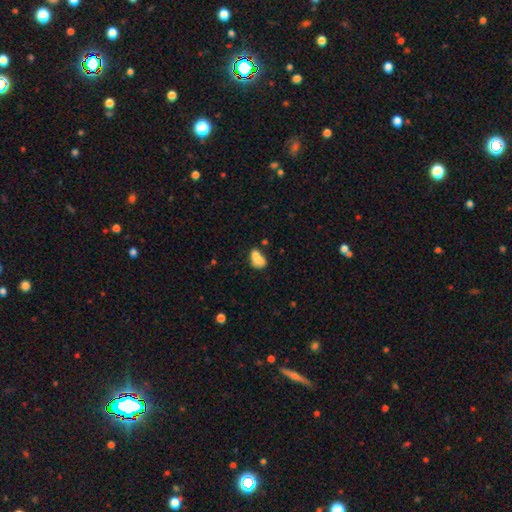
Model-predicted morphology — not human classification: smooth 77%, featured or disk 14%, star or artifact 9%. Down the decision tree: how rounded — in between (80%); merging — merger (45%).